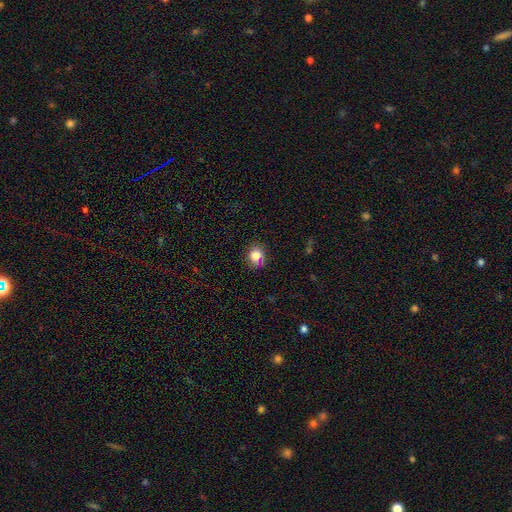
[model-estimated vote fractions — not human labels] smooth 81%, star or artifact 12%, featured or disk 6%. Down the decision tree: how rounded — round (77%); merging — none (78%).